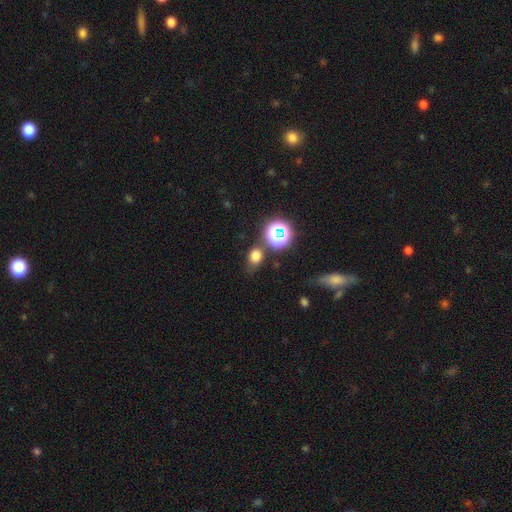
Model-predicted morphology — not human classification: Smooth or featured?
  - smooth: 71% *
  - star or artifact: 22%
  - featured or disk: 7%
How rounded?
  - round: 53% *
  - in between: 46%
  - cigar-shaped: 1%
Merging?
  - none: 65% *
  - minor disturbance: 19%
  - merger: 9%
  - major disturbance: 7%